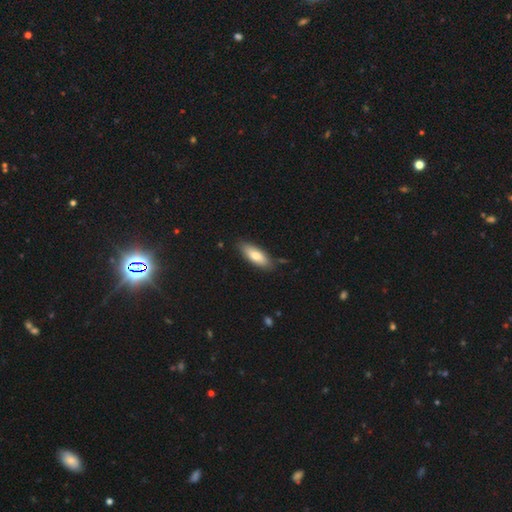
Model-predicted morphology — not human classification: Overall: smooth (75%). How rounded: in between (71%). Merging: none (83%).